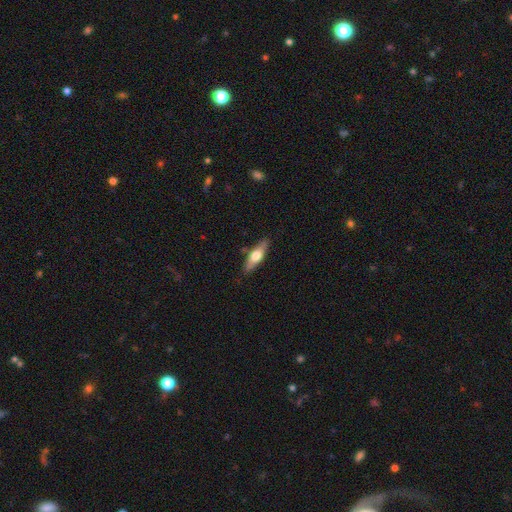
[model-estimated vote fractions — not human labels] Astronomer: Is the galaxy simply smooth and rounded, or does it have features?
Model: smooth — 49% (runner-up: featured or disk, 45%).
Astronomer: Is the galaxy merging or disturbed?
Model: none — 84%.